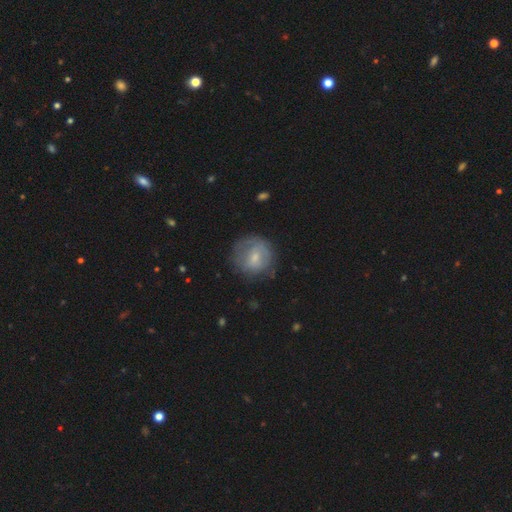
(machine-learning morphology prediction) Q: Smooth or featured?
A: smooth (55%); runner-up: featured or disk (37%)
Q: How rounded?
A: round (86%); runner-up: in between (13%)
Q: Merging?
A: none (67%); runner-up: minor disturbance (21%)